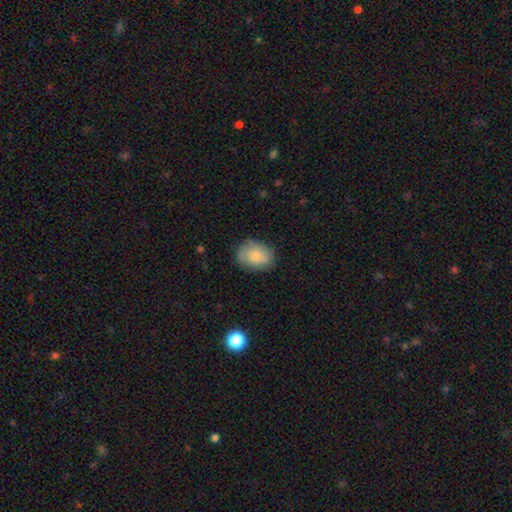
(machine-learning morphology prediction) A smooth galaxy with no disk features (74%) that is in between round and cigar-shaped (66%).

Vote fractions:
- Smooth or featured? smooth: 74% / featured or disk: 19% / star or artifact: 7%
- How rounded? in between: 66% / round: 33% / cigar-shaped: 1%
- Merging? none: 76% / minor disturbance: 18% / major disturbance: 5% / merger: 1%